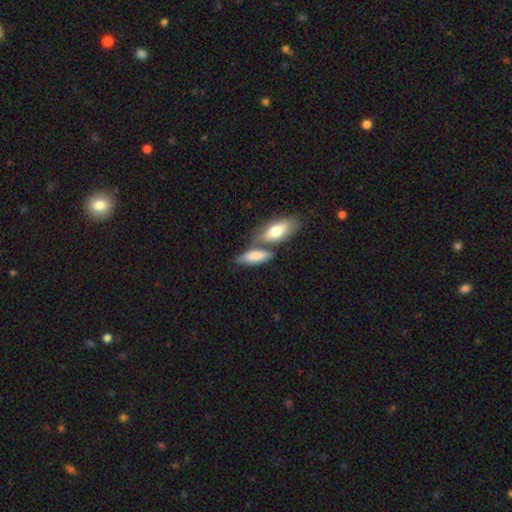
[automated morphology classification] This is likely a smooth galaxy (77%). How rounded: likely in between (71%). Merging: marginally none (44%).